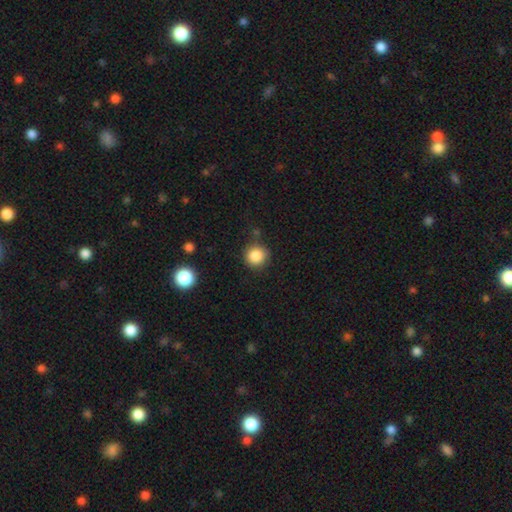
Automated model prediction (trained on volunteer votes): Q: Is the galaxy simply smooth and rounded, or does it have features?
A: smooth — 86%.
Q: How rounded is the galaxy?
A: round — 93%.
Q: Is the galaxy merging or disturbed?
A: none — 84%.